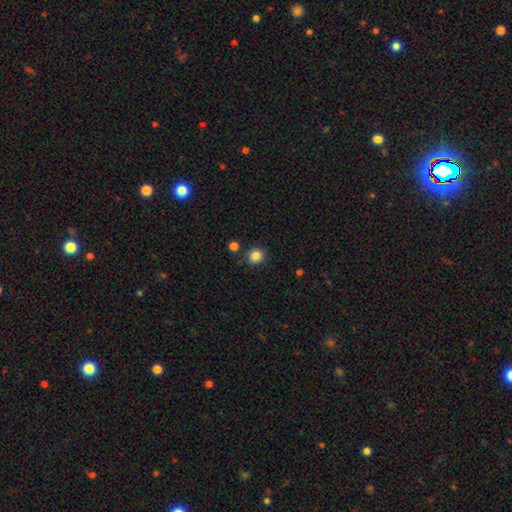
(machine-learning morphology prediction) This appears to be a smooth galaxy with no disk features (85%) that is round (86%). Merging: none (86%).